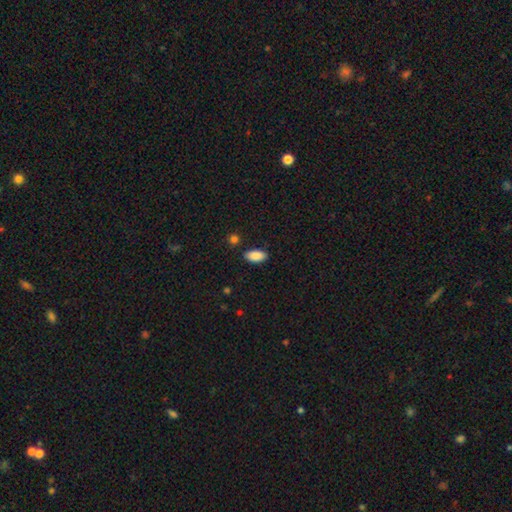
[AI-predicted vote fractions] Morphology: type=smooth (88%); roundness=in between (93%); merging=none (86%).